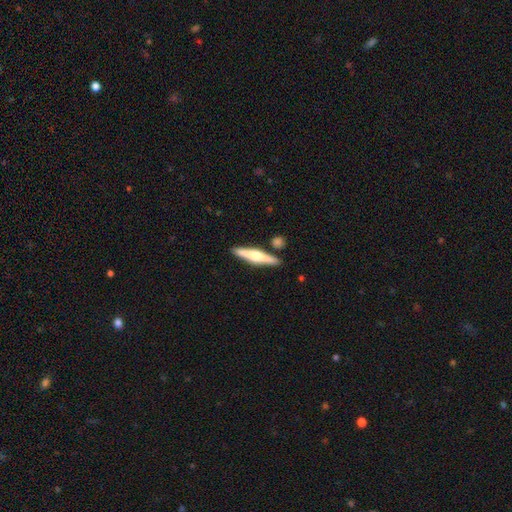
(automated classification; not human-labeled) This is possibly a featured or disk galaxy (58%). It is clearly viewed edge-on (97%). Edge-on bulge: clearly rounded (86%). Merging: clearly none (85%).